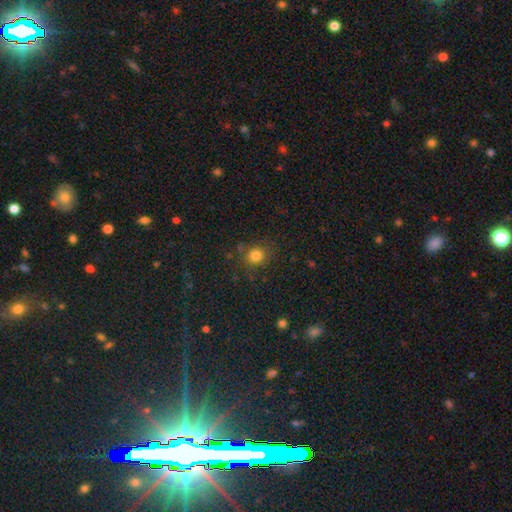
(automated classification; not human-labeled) Smooth or featured?
  - smooth: 80% *
  - star or artifact: 14%
  - featured or disk: 6%
How rounded?
  - round: 82% *
  - in between: 17%
  - cigar-shaped: 1%
Merging?
  - none: 81% *
  - minor disturbance: 12%
  - major disturbance: 4%
  - merger: 3%